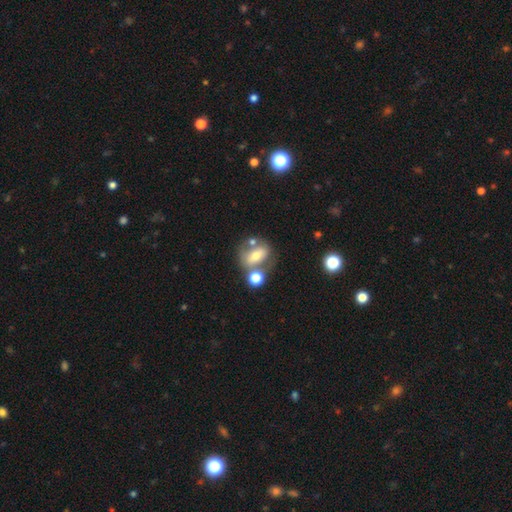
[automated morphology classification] Smooth or featured? Predicted: smooth (p=0.53). How rounded? Predicted: in between (p=0.66). Merging? Predicted: none (p=0.49).